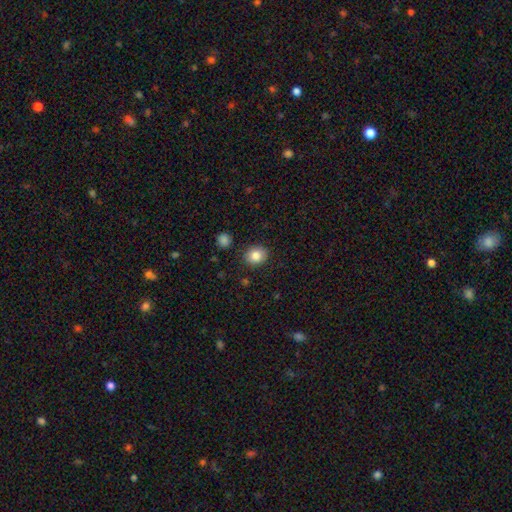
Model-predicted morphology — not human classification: Q: Smooth or featured?
A: smooth (84%); runner-up: star or artifact (9%)
Q: How rounded?
A: round (64%); runner-up: in between (35%)
Q: Merging?
A: none (88%); runner-up: minor disturbance (8%)